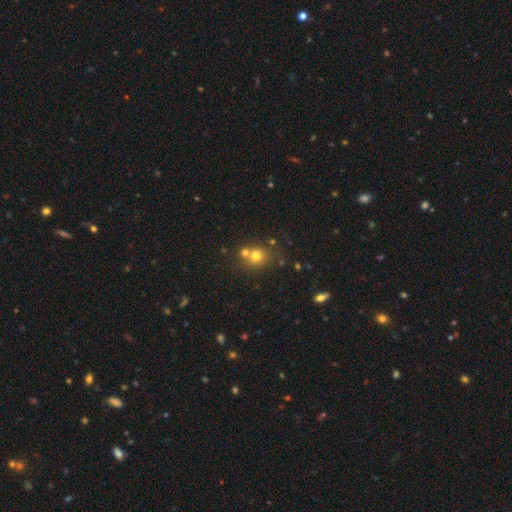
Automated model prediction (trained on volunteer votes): This appears to be a smooth galaxy with no disk features (73%) that is round (78%). Merging: none (51%).